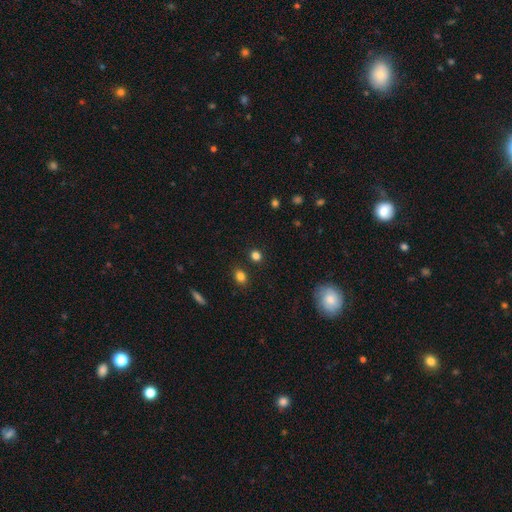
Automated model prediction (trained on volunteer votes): smooth-or-featured: smooth: 80% | star or artifact: 16% | featured or disk: 4%
  how-rounded: round: 77% | in between: 22% | cigar-shaped: 1%
  merging: none: 86% | minor disturbance: 7% | merger: 4% | major disturbance: 2%